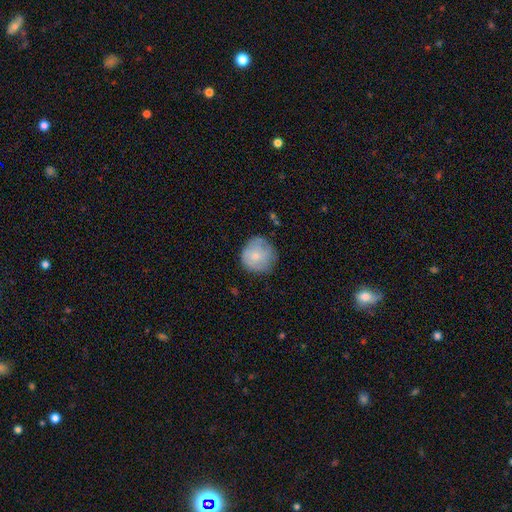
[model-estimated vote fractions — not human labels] Smooth or featured: smooth — 67% (featured or disk — 27%)
How rounded: round — 92% (in between — 7%)
Merging: none — 73% (minor disturbance — 20%)